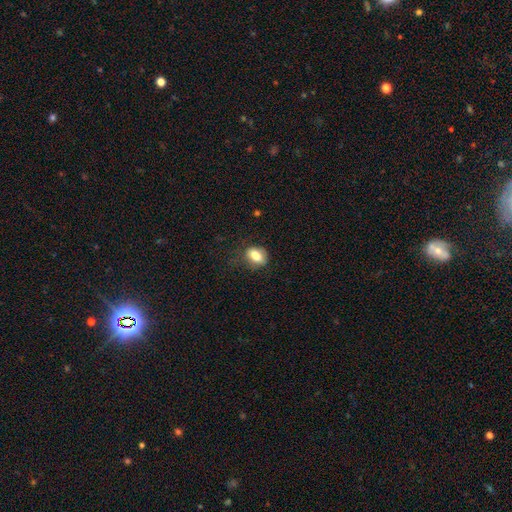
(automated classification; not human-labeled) Smooth or featured? Predicted: smooth (p=0.80). How rounded? Predicted: in between (p=0.73). Merging? Predicted: none (p=0.67).